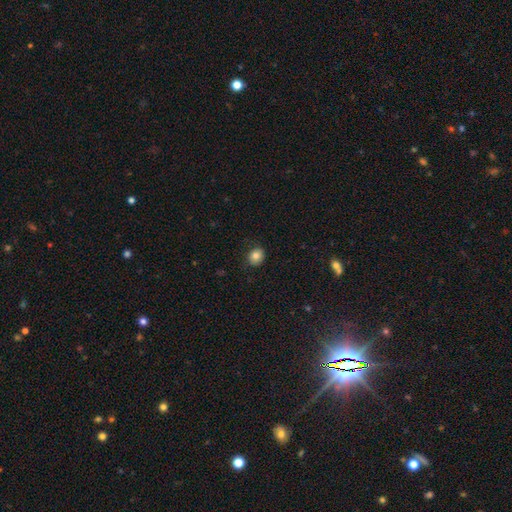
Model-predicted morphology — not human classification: A smooth galaxy with no disk features (82%) that is round (62%). Merging: none (84%).